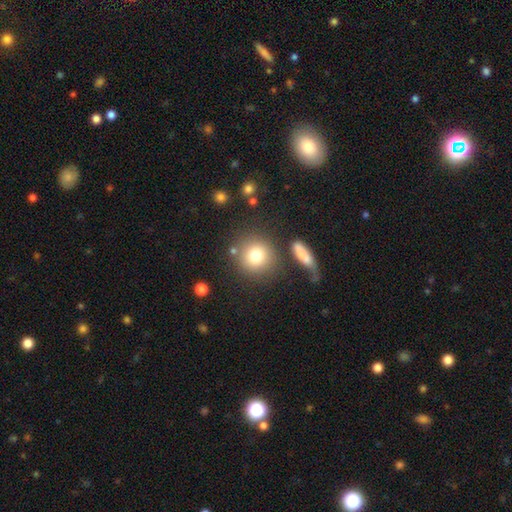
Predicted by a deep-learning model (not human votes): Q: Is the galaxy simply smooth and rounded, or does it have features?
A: smooth — 78%.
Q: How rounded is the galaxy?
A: round — 90%.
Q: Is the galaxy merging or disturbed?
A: none — 76%.